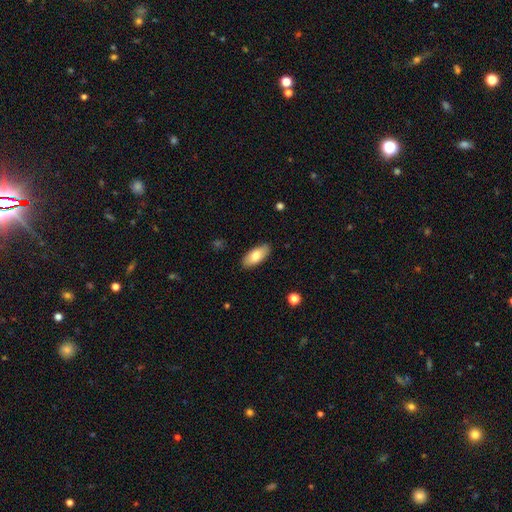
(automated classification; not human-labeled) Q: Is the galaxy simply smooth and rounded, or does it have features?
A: smooth — 76%.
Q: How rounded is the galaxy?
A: in between — 87%.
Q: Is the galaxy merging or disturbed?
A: none — 88%.